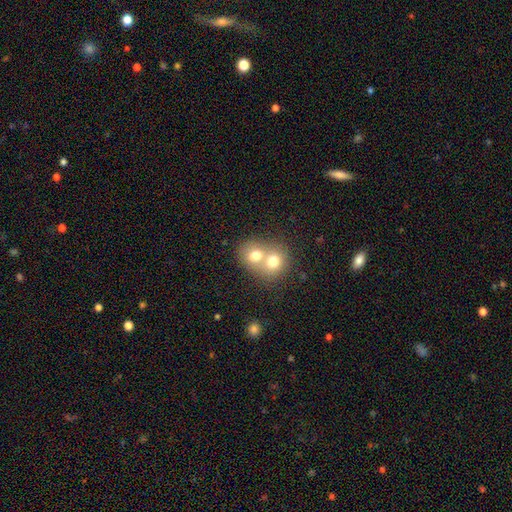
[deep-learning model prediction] Morphology: type=smooth (71%); roundness=round (68%); merging=merger (71%).